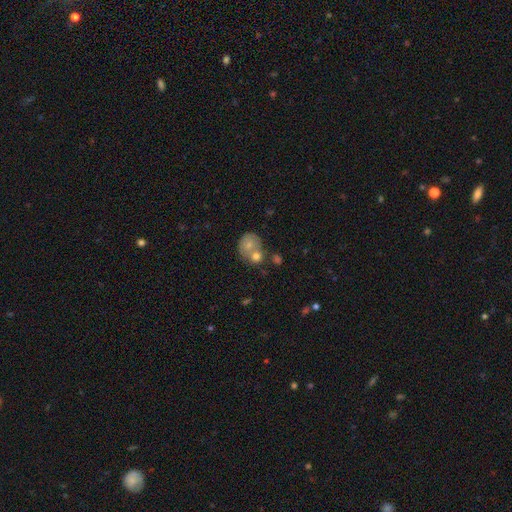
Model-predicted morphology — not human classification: Q: Smooth or featured?
A: smooth (70%); runner-up: featured or disk (20%)
Q: How rounded?
A: round (68%); runner-up: in between (31%)
Q: Merging?
A: merger (54%); runner-up: none (32%)